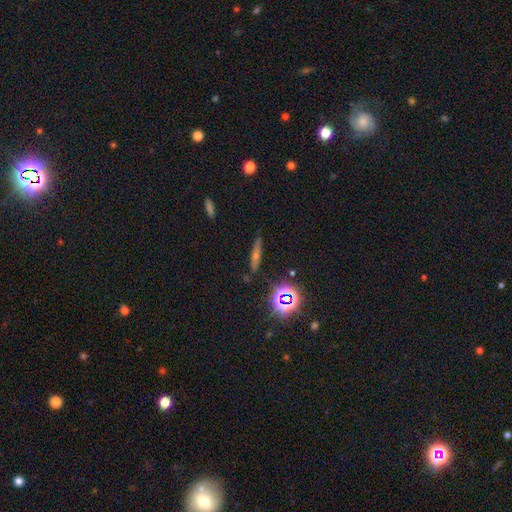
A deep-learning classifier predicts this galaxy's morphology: This is marginally a featured or disk galaxy (40%). Merging: clearly none (86%).